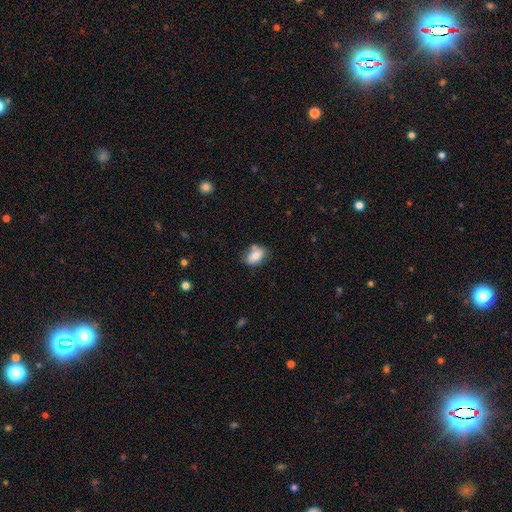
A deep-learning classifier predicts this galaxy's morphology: smooth-or-featured: smooth: 76% | featured or disk: 16% | star or artifact: 8%
  how-rounded: in between: 81% | round: 17% | cigar-shaped: 2%
  merging: none: 58% | minor disturbance: 25% | merger: 11% | major disturbance: 6%